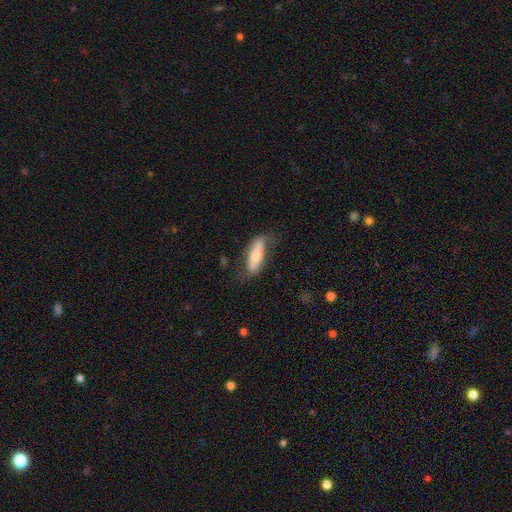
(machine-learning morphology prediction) Smooth or featured: smooth — 56% (featured or disk — 38%)
How rounded: in between — 69% (cigar-shaped — 29%)
Merging: none — 57% (minor disturbance — 28%)